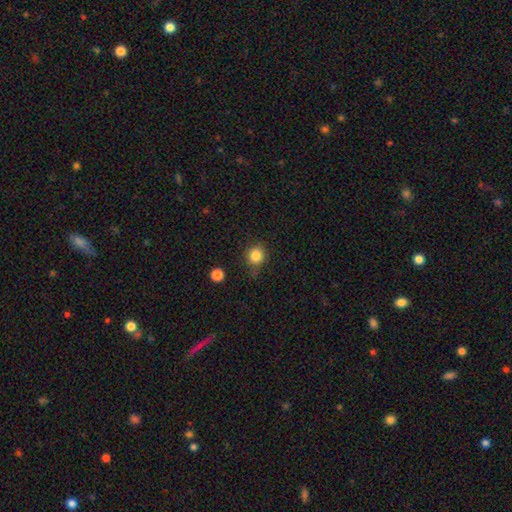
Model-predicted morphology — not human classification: smooth 84%, star or artifact 11%, featured or disk 5%. Down the decision tree: how rounded — round (86%); merging — none (77%).